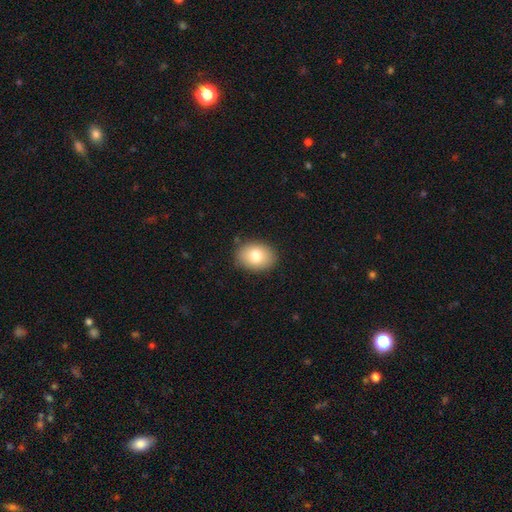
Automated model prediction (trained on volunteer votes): A smooth galaxy with no disk features (80%) that is in between round and cigar-shaped (70%).

Vote fractions:
- Smooth or featured? smooth: 80% / featured or disk: 12% / star or artifact: 8%
- How rounded? in between: 70% / round: 29% / cigar-shaped: 1%
- Merging? none: 87% / minor disturbance: 9% / major disturbance: 2% / merger: 1%